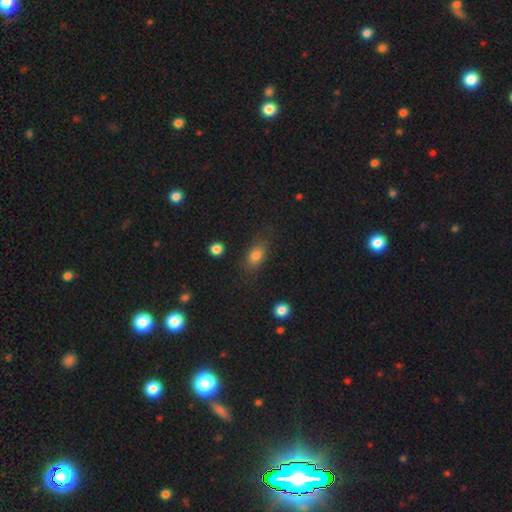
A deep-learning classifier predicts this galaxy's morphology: smooth_or_featured: smooth (p=0.78) [alt: featured or disk p=0.11]
how_rounded: in between (p=0.76) [alt: round p=0.17]
merging: none (p=0.75) [alt: minor disturbance p=0.16]